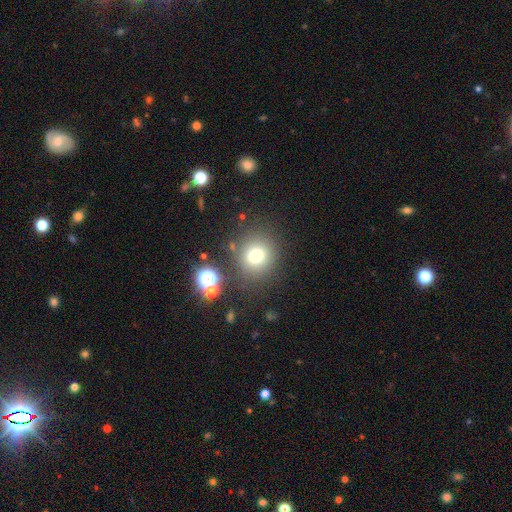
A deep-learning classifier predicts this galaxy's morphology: type=smooth (73%); roundness=round (86%); merging=none (80%).